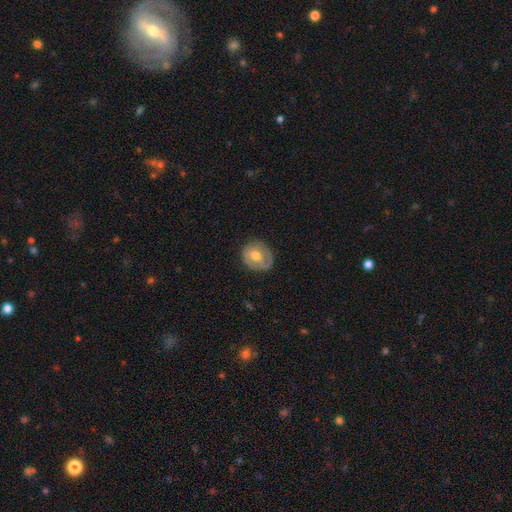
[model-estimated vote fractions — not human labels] Smooth or featured? Predicted: featured or disk (p=0.47, tied with smooth). Merging? Predicted: none (p=0.74).